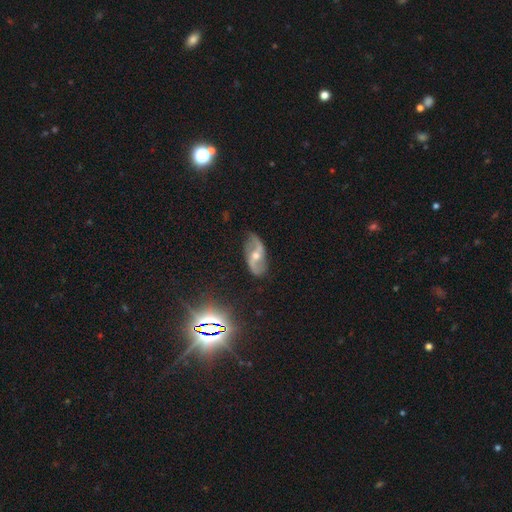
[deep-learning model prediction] smooth_or_featured: featured or disk (p=0.81) [alt: star or artifact p=0.10]
disk_edge_on: no (p=0.95) [alt: yes p=0.05]
bar: no (p=0.42) [alt: weak p=0.39]
has_spiral_arms: yes (p=0.93) [alt: no p=0.07]
spiral_winding: loose (p=0.66) [alt: medium p=0.25]
spiral_arm_count: 2 (p=0.91) [alt: can't tell p=0.04]
bulge_size: moderate (p=0.60) [alt: small p=0.35]
merging: none (p=0.79) [alt: minor disturbance p=0.14]